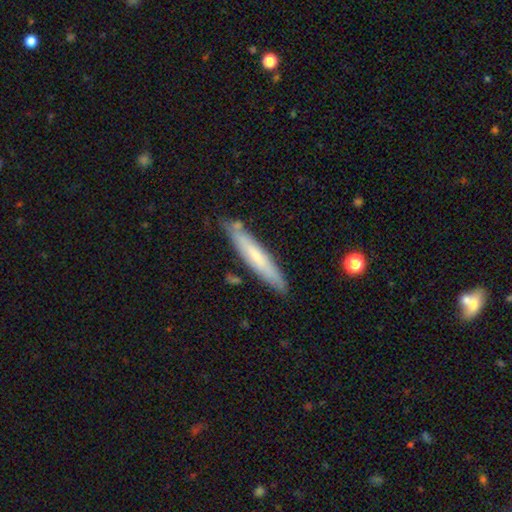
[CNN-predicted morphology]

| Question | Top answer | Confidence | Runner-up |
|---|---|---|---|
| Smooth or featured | smooth | 59% | featured or disk (35%) |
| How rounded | cigar-shaped | 91% | in between (8%) |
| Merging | none | 81% | minor disturbance (13%) |